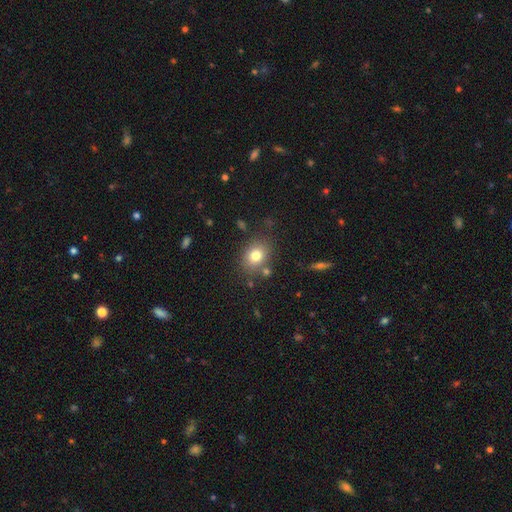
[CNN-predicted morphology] Smooth or featured?
  - smooth: 78% *
  - star or artifact: 11%
  - featured or disk: 11%
How rounded?
  - in between: 52% *
  - round: 47%
  - cigar-shaped: 1%
Merging?
  - none: 77% *
  - minor disturbance: 12%
  - merger: 6%
  - major disturbance: 4%